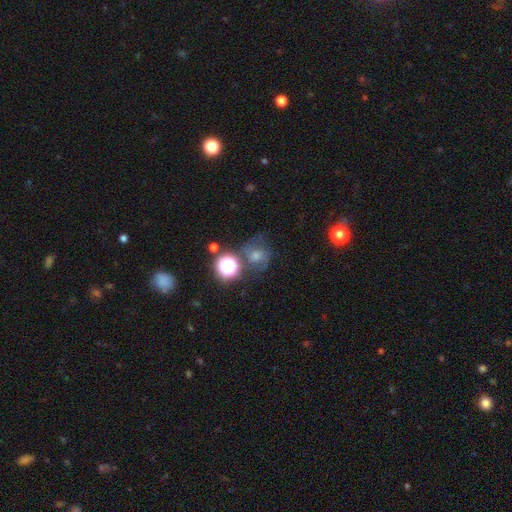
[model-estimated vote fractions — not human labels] This appears to be a featured or disk galaxy (36%). Merging: none (66%).